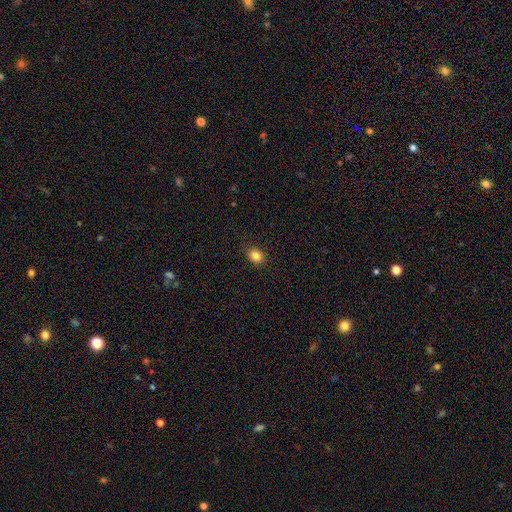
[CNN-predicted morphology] The model was most divided on "how rounded": round: 56%, in between: 43%, cigar-shaped: 1%. More confident: merging — none (88%); smooth or featured — smooth (85%).